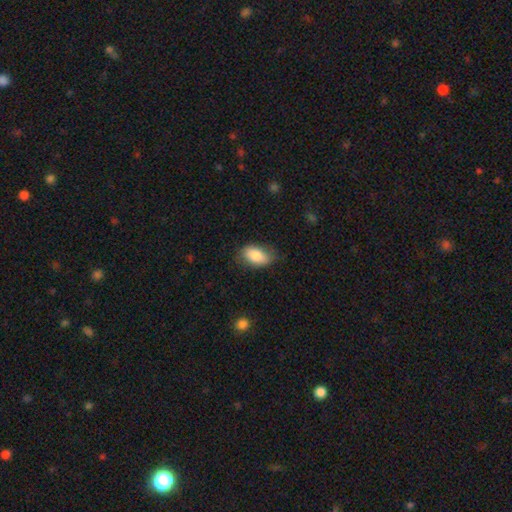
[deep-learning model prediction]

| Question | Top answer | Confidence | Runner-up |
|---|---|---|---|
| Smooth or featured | smooth | 82% | featured or disk (11%) |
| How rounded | in between | 91% | round (7%) |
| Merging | none | 70% | minor disturbance (23%) |